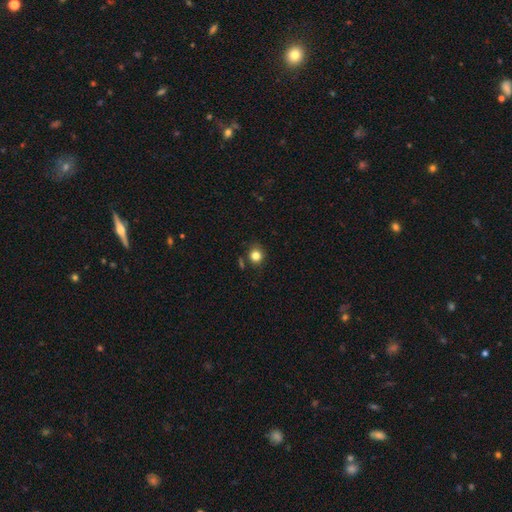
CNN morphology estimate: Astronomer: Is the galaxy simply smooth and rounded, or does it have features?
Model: smooth — 81%.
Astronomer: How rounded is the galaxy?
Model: round — 81%.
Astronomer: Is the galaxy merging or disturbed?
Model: none — 80%.